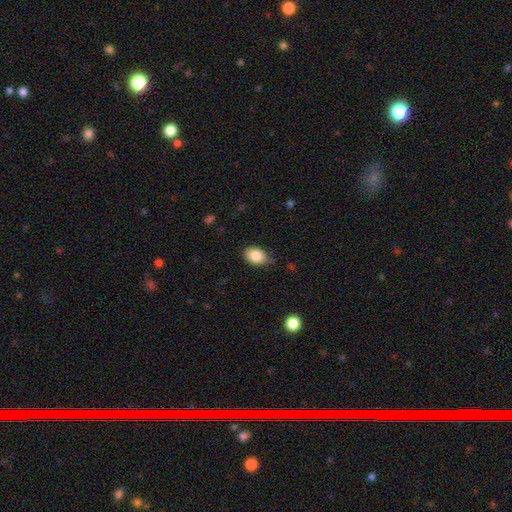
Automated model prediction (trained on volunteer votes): Smooth or featured? smooth (85%)
How rounded? in between (80%)
Merging? none (77%)